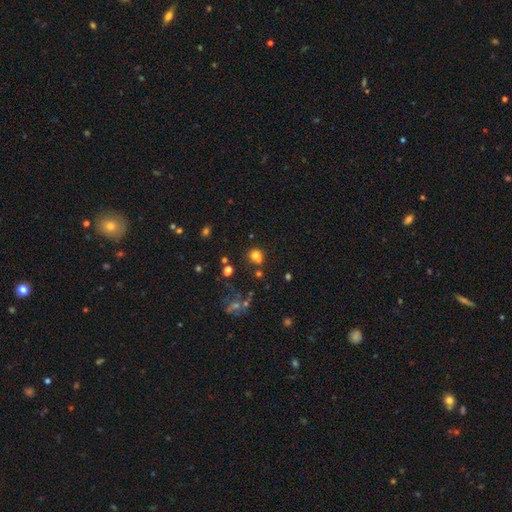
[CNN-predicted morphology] Smooth or featured? Predicted: smooth (p=0.72). How rounded? Predicted: round (p=0.82). Merging? Predicted: none (p=0.56).